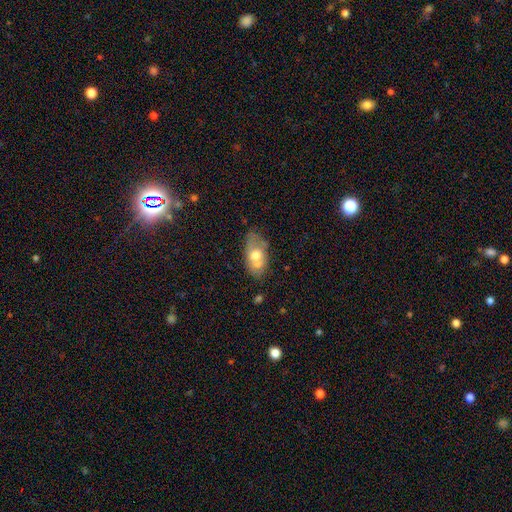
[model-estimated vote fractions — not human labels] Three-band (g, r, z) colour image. It shows a smooth galaxy with no disk features (60%) that is in between round and cigar-shaped (87%). Merging: none (45%).